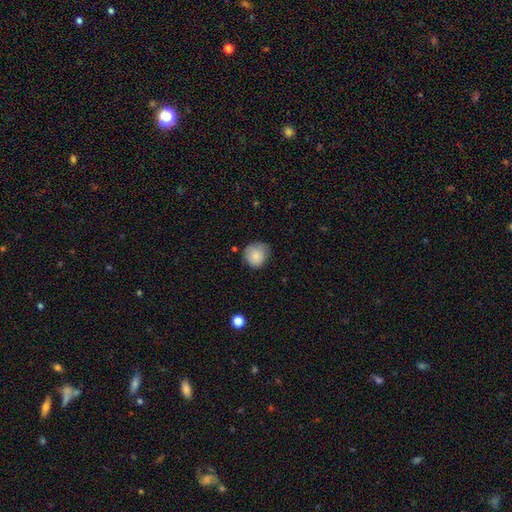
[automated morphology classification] type=smooth (84%); roundness=round (86%); merging=none (65%).